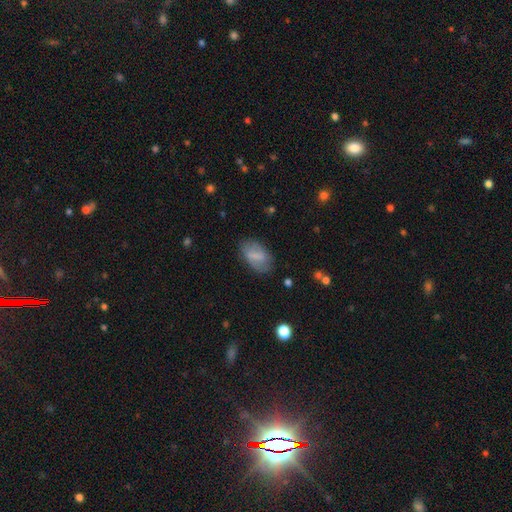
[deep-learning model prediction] smooth 61%, featured or disk 31%, star or artifact 8%. Down the decision tree: how rounded — in between (91%); merging — none (75%).